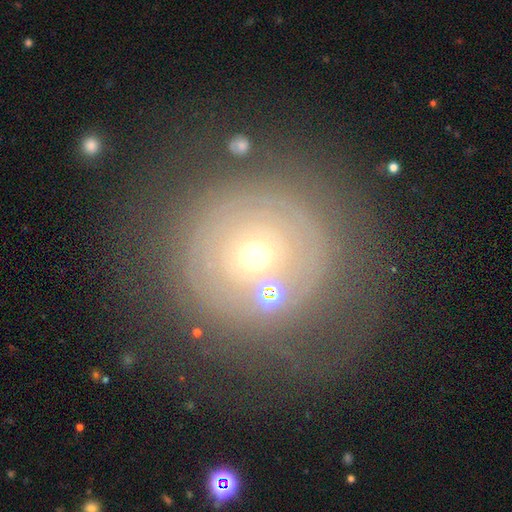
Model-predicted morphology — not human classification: This appears to be a featured or disk galaxy (51%). Merging: none (65%).